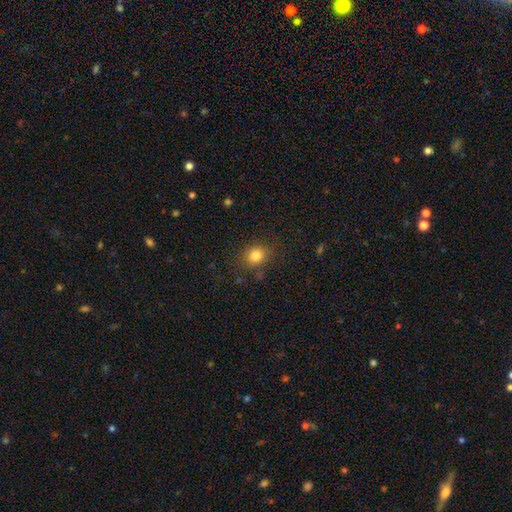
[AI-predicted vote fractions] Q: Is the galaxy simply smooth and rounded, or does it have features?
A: smooth — 82%.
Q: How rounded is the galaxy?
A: round — 66%.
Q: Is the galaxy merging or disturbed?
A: none — 80%.